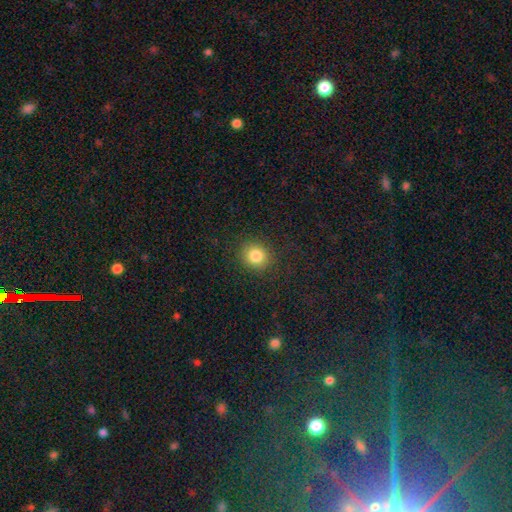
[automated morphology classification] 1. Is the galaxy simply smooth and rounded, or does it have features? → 83% smooth, 12% star or artifact, 5% featured or disk.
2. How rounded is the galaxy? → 86% round, 13% in between, 1% cigar-shaped.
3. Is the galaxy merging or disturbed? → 89% none, 7% minor disturbance, 3% major disturbance, 1% merger.